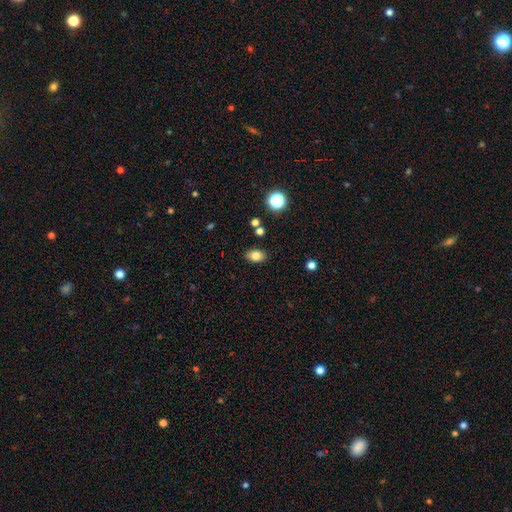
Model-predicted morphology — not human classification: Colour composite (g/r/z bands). It shows a smooth galaxy with no disk features (80%) that is in between round and cigar-shaped (81%). Merging: none (86%).